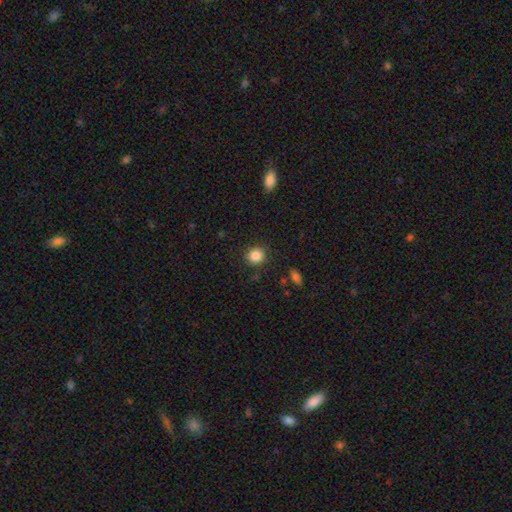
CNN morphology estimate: Smooth or featured?
  - smooth: 86% *
  - star or artifact: 10%
  - featured or disk: 4%
How rounded?
  - round: 86% *
  - in between: 13%
  - cigar-shaped: 1%
Merging?
  - none: 87% *
  - minor disturbance: 8%
  - major disturbance: 3%
  - merger: 2%